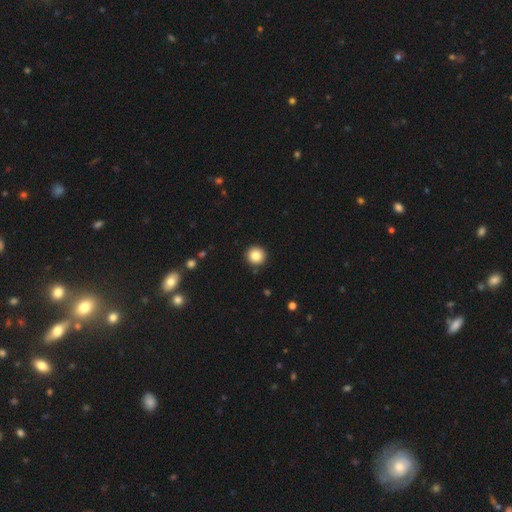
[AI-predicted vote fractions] smooth 83%, star or artifact 10%, featured or disk 6%. Down the decision tree: how rounded — round (95%); merging — none (92%).